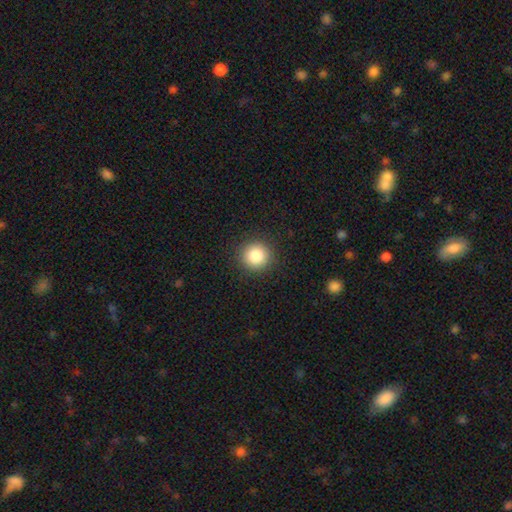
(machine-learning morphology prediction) The model was most divided on "smooth or featured": smooth: 85%, star or artifact: 10%, featured or disk: 5%. More confident: how rounded — round (93%); merging — none (92%).